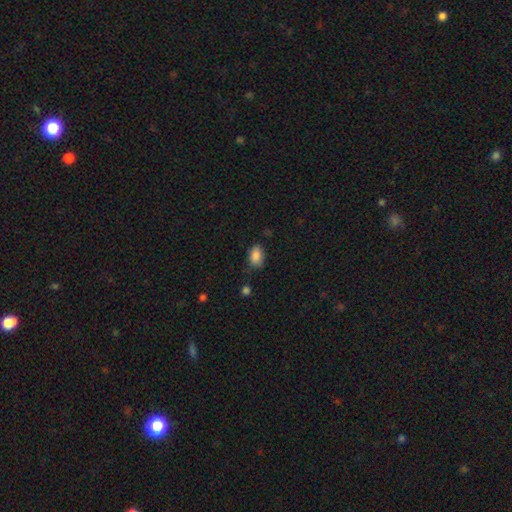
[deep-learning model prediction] A smooth galaxy with no disk features (87%) that is in between round and cigar-shaped (85%). Merging: none (69%).